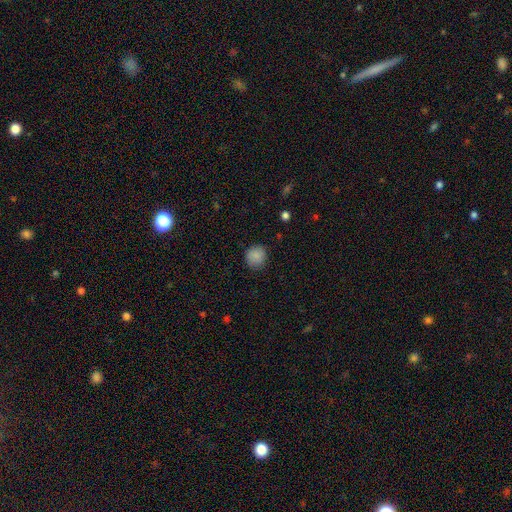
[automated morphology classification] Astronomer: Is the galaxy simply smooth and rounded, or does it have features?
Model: smooth — 87%.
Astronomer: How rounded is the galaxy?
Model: round — 87%.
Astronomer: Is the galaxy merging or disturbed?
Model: none — 85%.